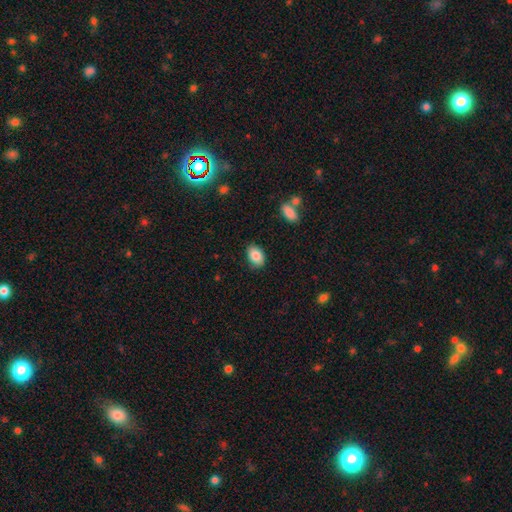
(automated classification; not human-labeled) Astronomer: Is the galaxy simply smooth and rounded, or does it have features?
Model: smooth — 86%.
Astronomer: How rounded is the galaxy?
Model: in between — 85%.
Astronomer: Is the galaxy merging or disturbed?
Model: none — 81%.